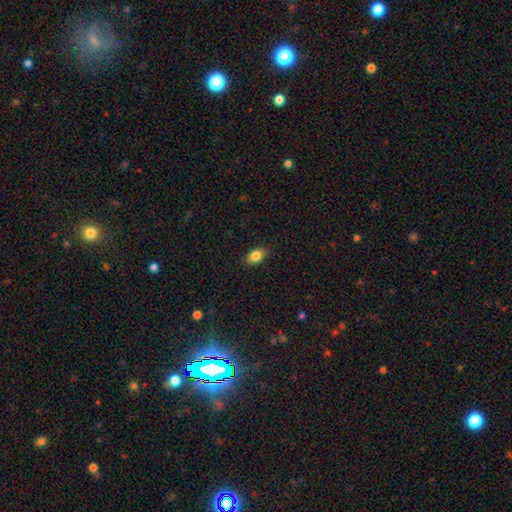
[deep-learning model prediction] The model was most divided on "how rounded": in between: 86%, round: 12%, cigar-shaped: 2%. More confident: merging — none (88%); smooth or featured — smooth (85%).